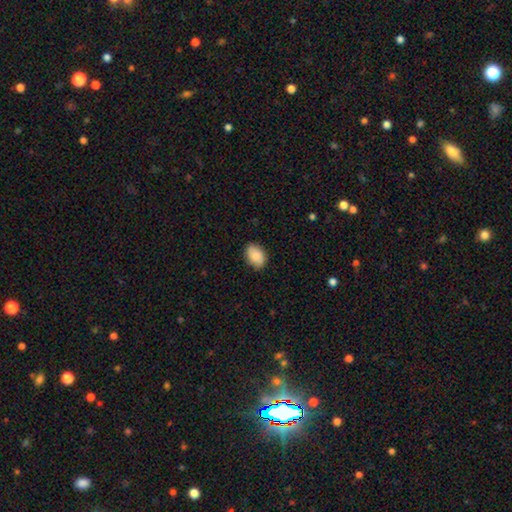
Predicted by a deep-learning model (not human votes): This is clearly a smooth galaxy (84%). How rounded: clearly in between (84%). Merging: clearly none (83%).